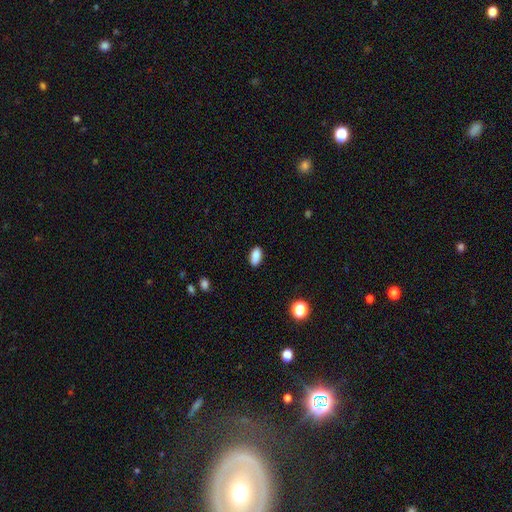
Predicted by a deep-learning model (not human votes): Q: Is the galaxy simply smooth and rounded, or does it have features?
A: smooth — 88%.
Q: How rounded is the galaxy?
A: in between — 90%.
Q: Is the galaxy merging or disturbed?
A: none — 87%.